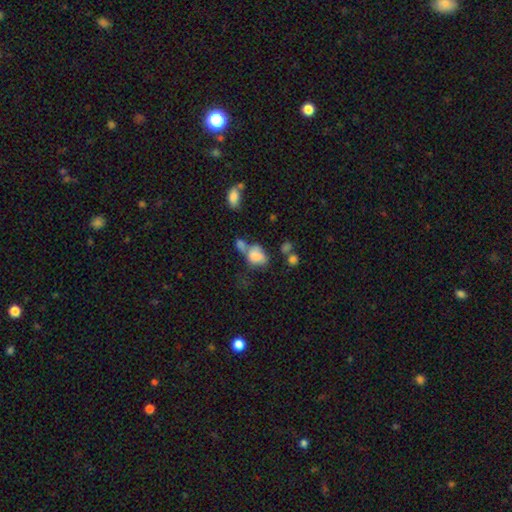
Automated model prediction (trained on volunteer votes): Smooth or featured? Predicted: smooth (p=0.75). How rounded? Predicted: in between (p=0.75). Merging? Predicted: merger (p=0.46).